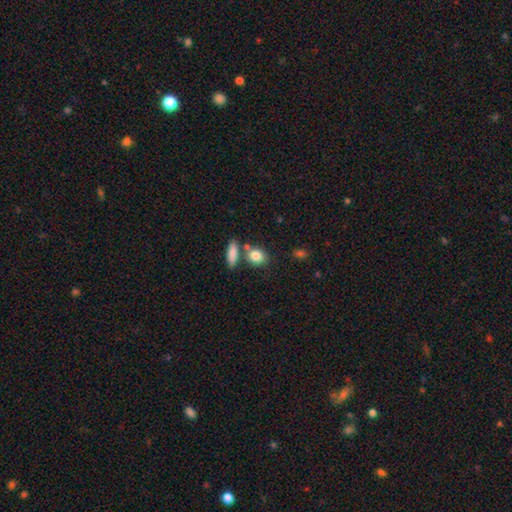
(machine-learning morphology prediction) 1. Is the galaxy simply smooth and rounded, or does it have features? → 84% smooth, 8% star or artifact, 8% featured or disk.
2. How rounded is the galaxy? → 53% round, 42% in between, 5% cigar-shaped.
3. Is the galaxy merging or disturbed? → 64% none, 22% merger, 11% minor disturbance, 4% major disturbance.